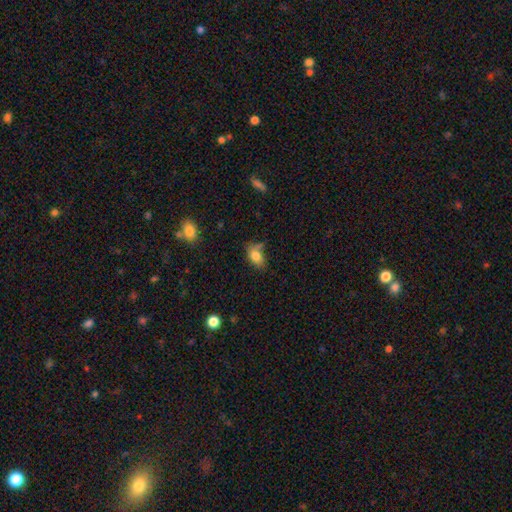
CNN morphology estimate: This is clearly a smooth galaxy (82%). How rounded: clearly in between (88%). Merging: possibly none (60%).